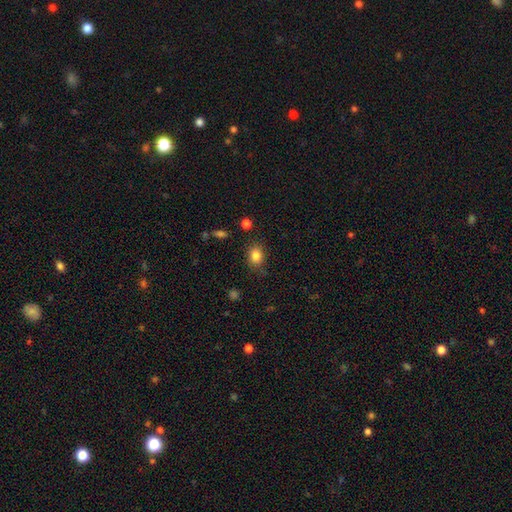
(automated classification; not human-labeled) Smooth or featured? Predicted: smooth (p=0.84). How rounded? Predicted: in between (p=0.50). Merging? Predicted: none (p=0.79).